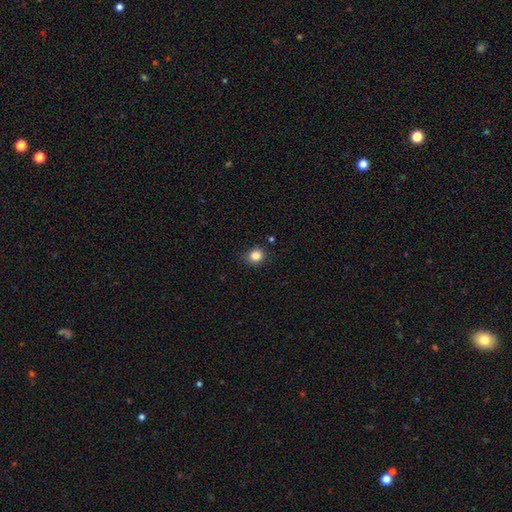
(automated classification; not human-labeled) This is clearly a smooth galaxy (85%). How rounded: likely round (80%). Merging: clearly none (82%).